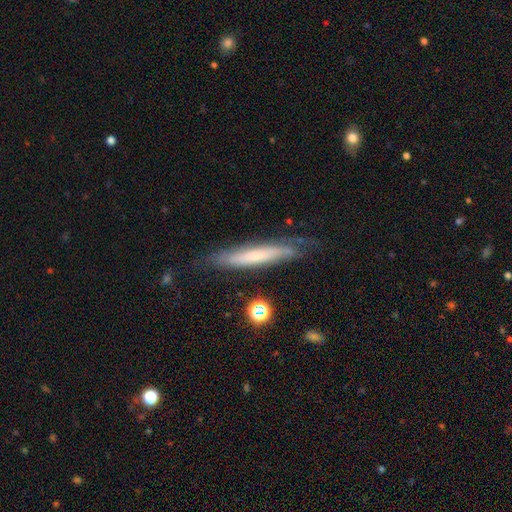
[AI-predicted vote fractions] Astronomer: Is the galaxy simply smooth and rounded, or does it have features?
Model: featured or disk — 49% (runner-up: smooth, 44%).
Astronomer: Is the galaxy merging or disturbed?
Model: none — 72%.